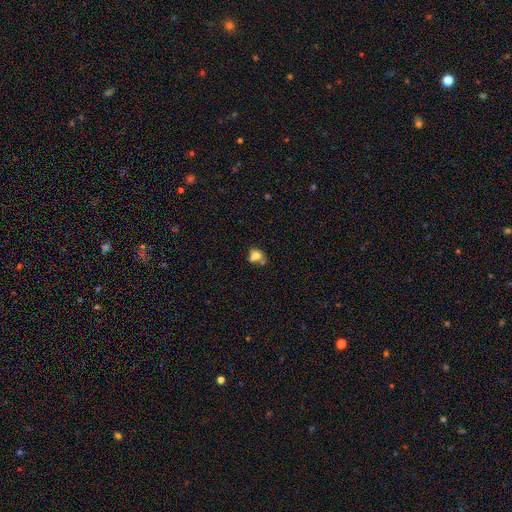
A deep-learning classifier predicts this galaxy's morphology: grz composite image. It shows a smooth galaxy with no disk features (71%) that is in between round and cigar-shaped (54%). Merging: merger (38%).